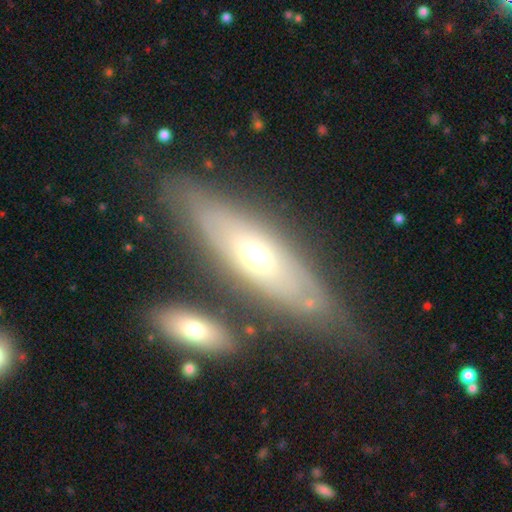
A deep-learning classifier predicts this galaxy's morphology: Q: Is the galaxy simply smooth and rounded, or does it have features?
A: featured or disk — 58%.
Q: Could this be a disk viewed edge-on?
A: no — 55%.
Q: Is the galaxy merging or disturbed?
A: none — 69%.